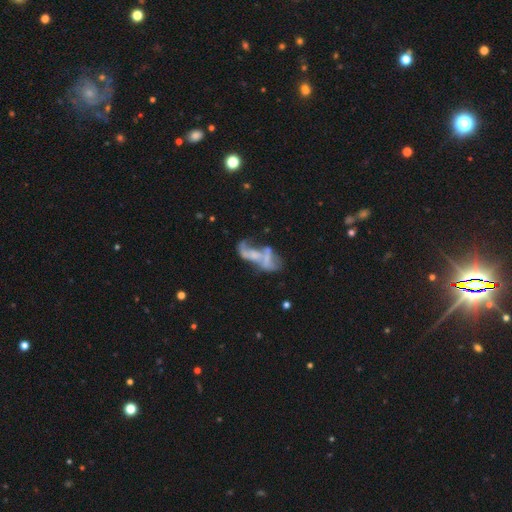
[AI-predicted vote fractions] Smooth or featured?
  - featured or disk: 63% *
  - smooth: 23%
  - star or artifact: 14%
Edge-on disk?
  - no: 92% *
  - yes: 8%
Bar?
  - no: 73% *
  - weak: 19%
  - strong: 8%
Spiral arms?
  - no: 63% *
  - yes: 37%
Bulge size?
  - none: 56% *
  - small: 23%
  - moderate: 16%
  - large: 4%
  - dominant: 2%
Merging?
  - merger: 40% *
  - major disturbance: 27%
  - none: 21%
  - minor disturbance: 12%